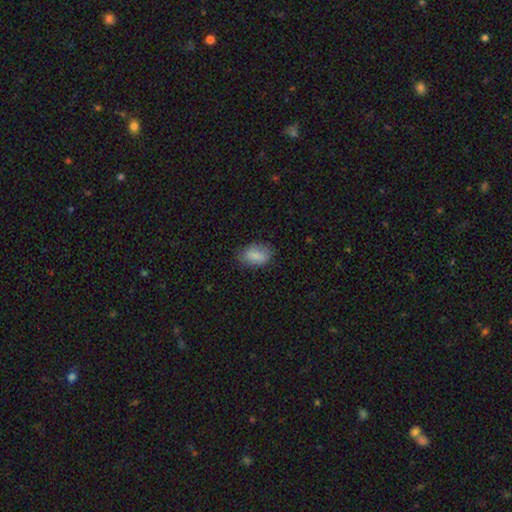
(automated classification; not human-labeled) The model was most divided on "merging": none: 72%, minor disturbance: 21%, major disturbance: 5%, merger: 1%. More confident: how rounded — in between (88%); smooth or featured — smooth (83%).